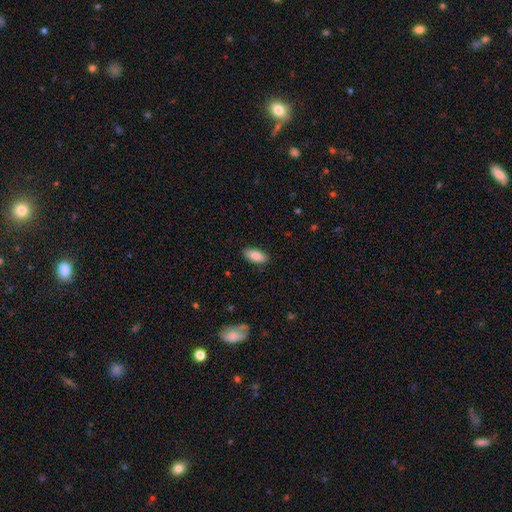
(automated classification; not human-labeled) This is clearly a smooth galaxy (87%). How rounded: clearly in between (86%). Merging: clearly none (87%).